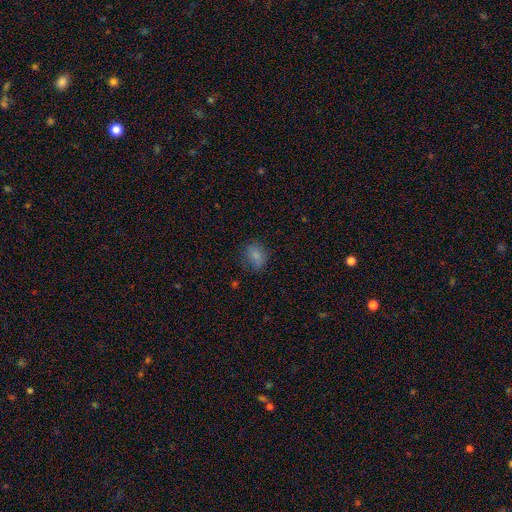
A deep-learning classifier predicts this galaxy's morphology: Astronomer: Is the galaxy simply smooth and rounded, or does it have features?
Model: smooth — 79%.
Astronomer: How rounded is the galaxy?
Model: in between — 57% (runner-up: round, 41%).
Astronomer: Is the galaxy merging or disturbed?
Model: none — 72%.